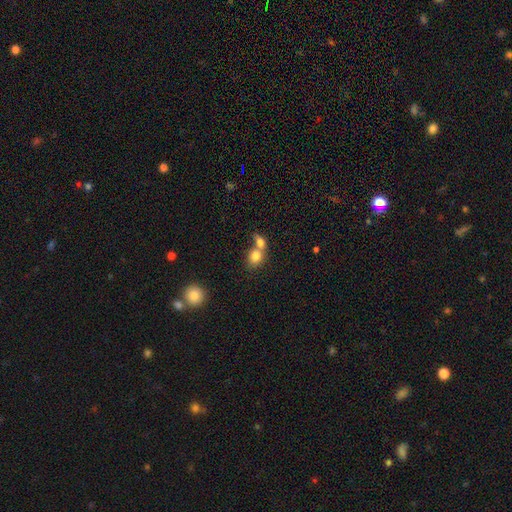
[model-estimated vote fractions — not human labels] The model was most divided on "how rounded": round: 56%, in between: 42%, cigar-shaped: 1%. More confident: smooth or featured — smooth (81%); merging — merger (60%).